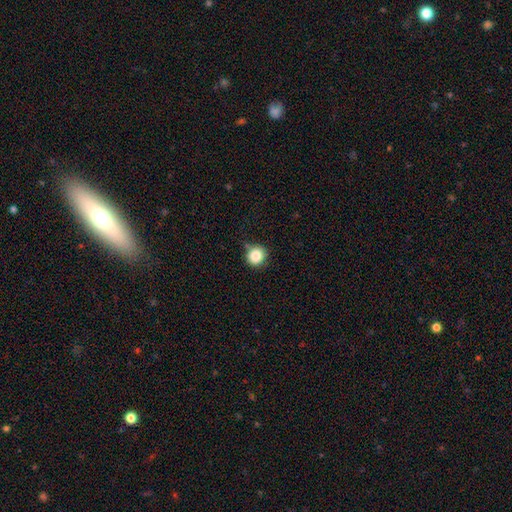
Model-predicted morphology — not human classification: type=smooth (86%); roundness=round (91%); merging=none (82%).